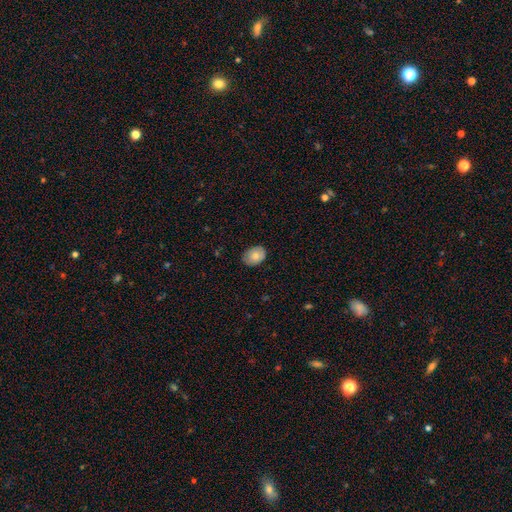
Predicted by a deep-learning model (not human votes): A smooth galaxy with no disk features (75%) that is in between round and cigar-shaped (73%). Merging: none (80%).